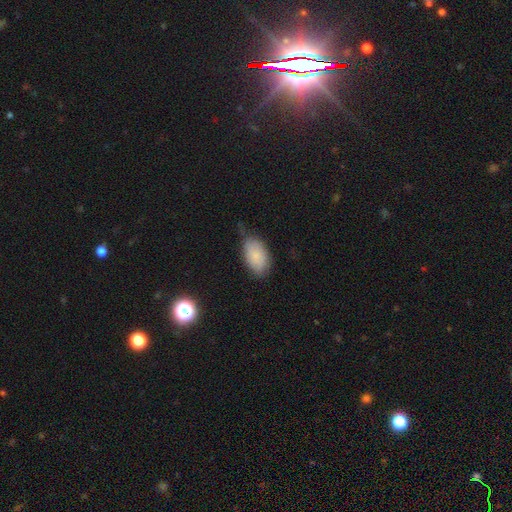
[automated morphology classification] smooth-or-featured: smooth: 80% | featured or disk: 13% | star or artifact: 7%
  how-rounded: in between: 93% | round: 5% | cigar-shaped: 2%
  merging: none: 59% | minor disturbance: 32% | major disturbance: 7% | merger: 2%